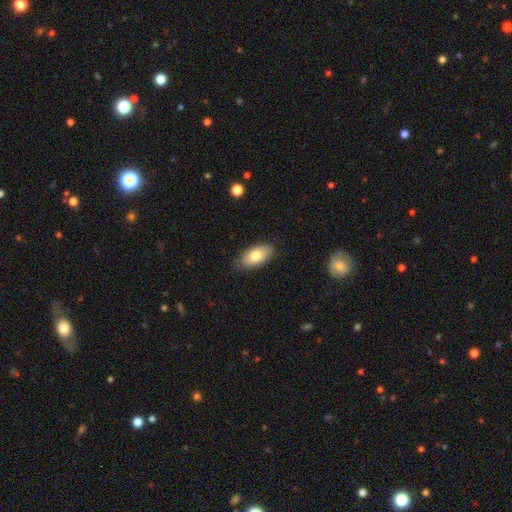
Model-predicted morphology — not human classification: The model was most divided on "smooth or featured": smooth: 77%, featured or disk: 16%, star or artifact: 7%. More confident: how rounded — in between (92%); merging — none (81%).